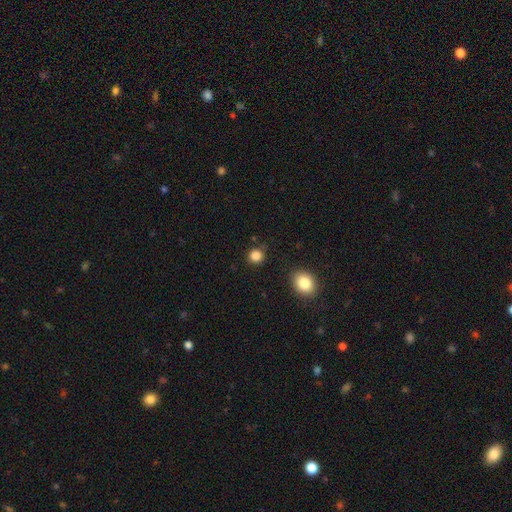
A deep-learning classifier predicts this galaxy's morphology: The model was most divided on "smooth or featured": smooth: 85%, star or artifact: 12%, featured or disk: 3%. More confident: how rounded — round (90%); merging — none (86%).